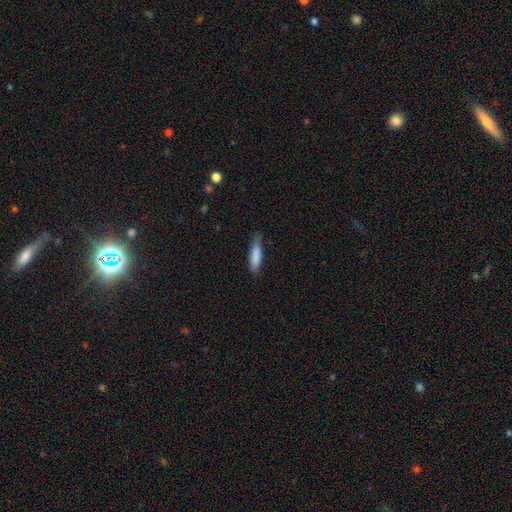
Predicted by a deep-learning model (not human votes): The model was most divided on "merging": none: 71%, minor disturbance: 23%, major disturbance: 4%, merger: 1%. More confident: smooth or featured — smooth (83%); how rounded — cigar-shaped (77%).